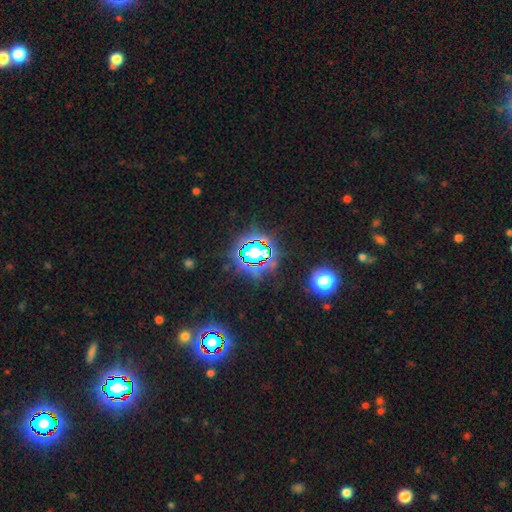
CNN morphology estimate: Smooth or featured: star or artifact — 81% (smooth — 12%)